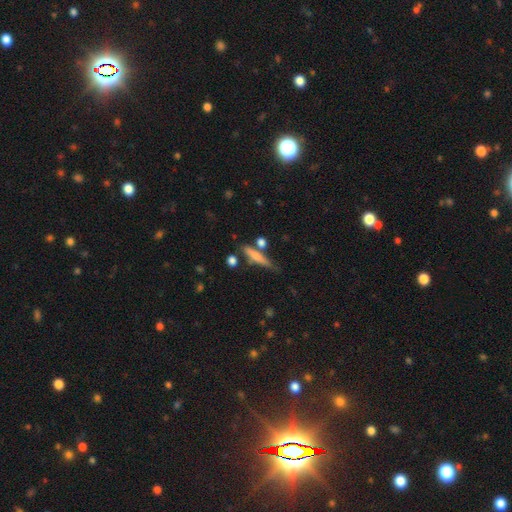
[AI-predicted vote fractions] The model was most divided on "smooth or featured": smooth: 61%, featured or disk: 32%, star or artifact: 7%. More confident: how rounded — cigar-shaped (87%); merging — none (67%).